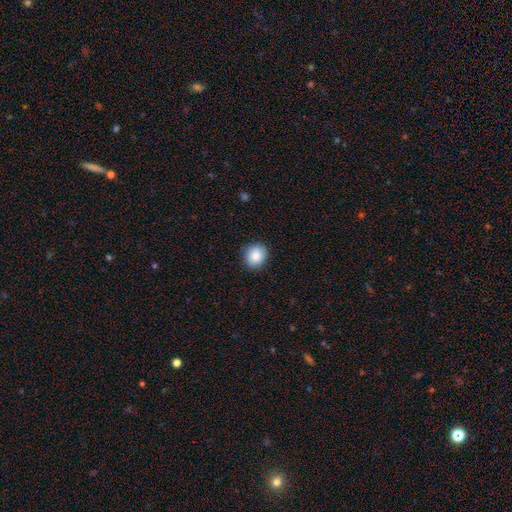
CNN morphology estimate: smooth_or_featured: smooth (p=0.86) [alt: star or artifact p=0.08]
how_rounded: round (p=0.74) [alt: in between p=0.25]
merging: none (p=0.85) [alt: minor disturbance p=0.11]